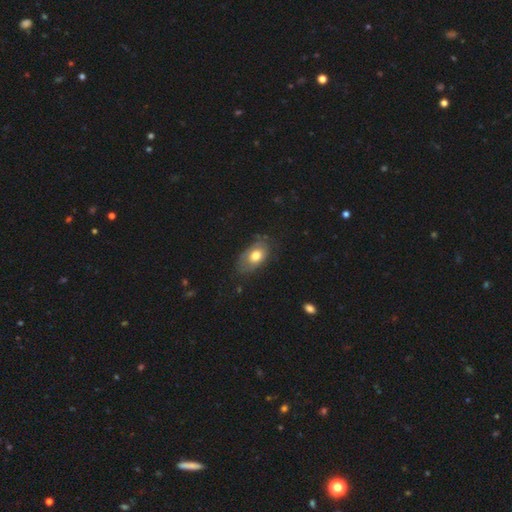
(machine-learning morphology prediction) smooth_or_featured: smooth (p=0.65) [alt: featured or disk p=0.28]
how_rounded: in between (p=0.89) [alt: round p=0.09]
merging: none (p=0.60) [alt: minor disturbance p=0.29]